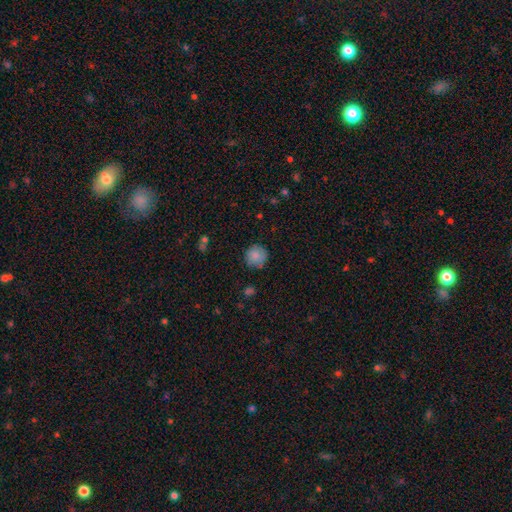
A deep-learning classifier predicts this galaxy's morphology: Smooth or featured: smooth — 85% (star or artifact — 8%)
How rounded: round — 93% (in between — 6%)
Merging: none — 82% (minor disturbance — 13%)